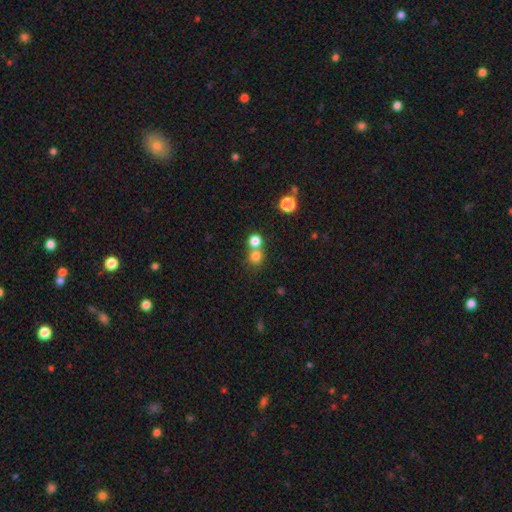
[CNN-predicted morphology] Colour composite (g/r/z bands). It shows a smooth galaxy with no disk features (77%) that is round (87%). Merging: none (51%).